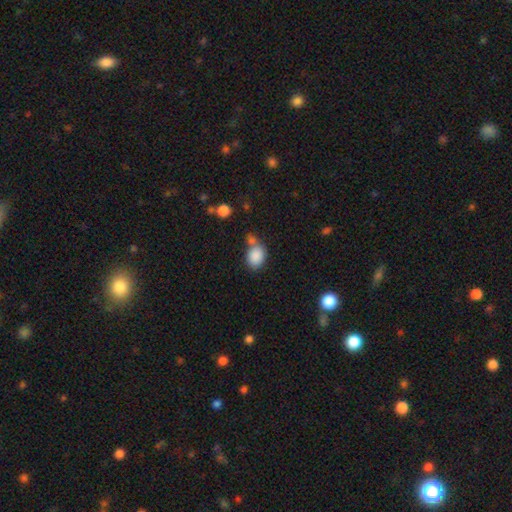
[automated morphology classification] This is clearly a smooth galaxy (87%). How rounded: likely in between (67%). Merging: possibly none (53%).